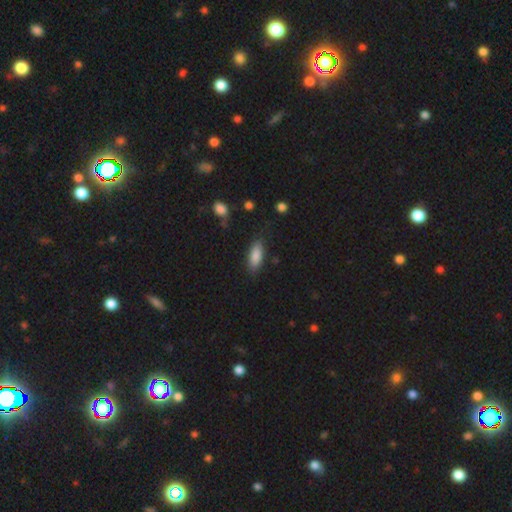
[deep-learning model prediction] Morphology: type=smooth (85%); roundness=in between (76%); merging=none (80%).